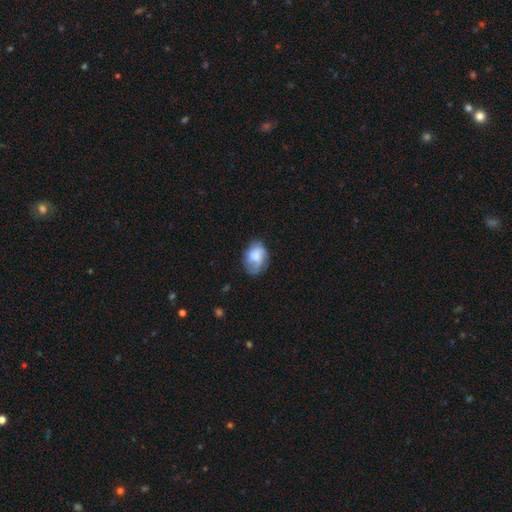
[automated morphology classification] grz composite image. It shows a smooth galaxy with no disk features (62%) that is in between round and cigar-shaped (70%). Merging: none (58%).